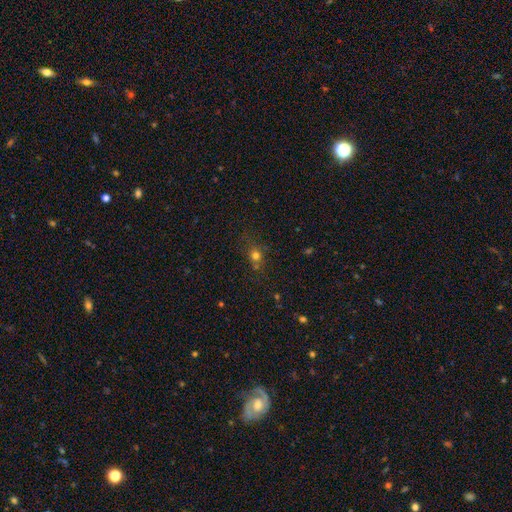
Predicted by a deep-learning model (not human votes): smooth 69%, star or artifact 21%, featured or disk 9%. Down the decision tree: how rounded — round (76%); merging — none (68%).